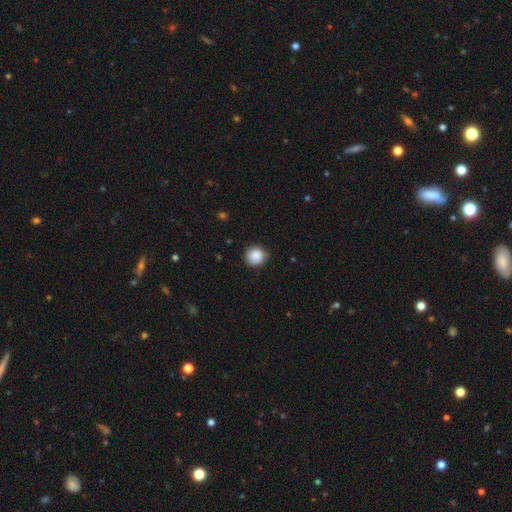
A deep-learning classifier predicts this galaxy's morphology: A smooth galaxy with no disk features (88%) that is round (92%).

Vote fractions:
- Smooth or featured? smooth: 88% / star or artifact: 8% / featured or disk: 4%
- How rounded? round: 92% / in between: 7% / cigar-shaped: 1%
- Merging? none: 82% / minor disturbance: 14% / major disturbance: 3% / merger: 1%